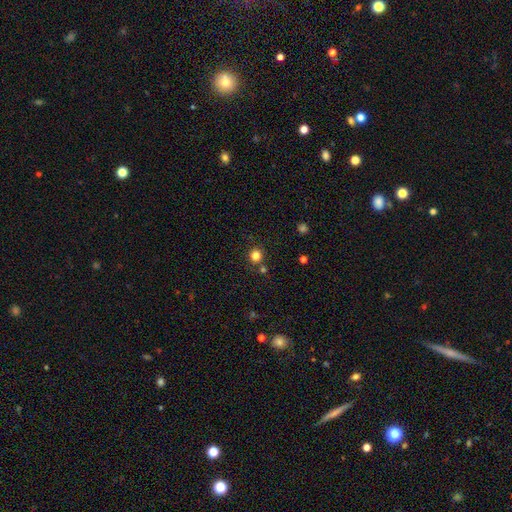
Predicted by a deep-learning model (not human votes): This is clearly a smooth galaxy (81%). How rounded: clearly round (93%). Merging: clearly none (81%).